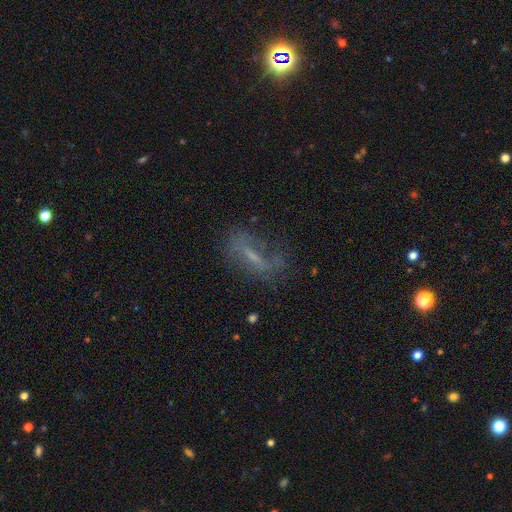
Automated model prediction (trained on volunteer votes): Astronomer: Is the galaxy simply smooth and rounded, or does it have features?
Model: featured or disk — 52% (runner-up: smooth, 29%).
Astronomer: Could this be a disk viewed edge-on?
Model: no — 79%.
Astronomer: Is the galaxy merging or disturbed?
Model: none — 55%.